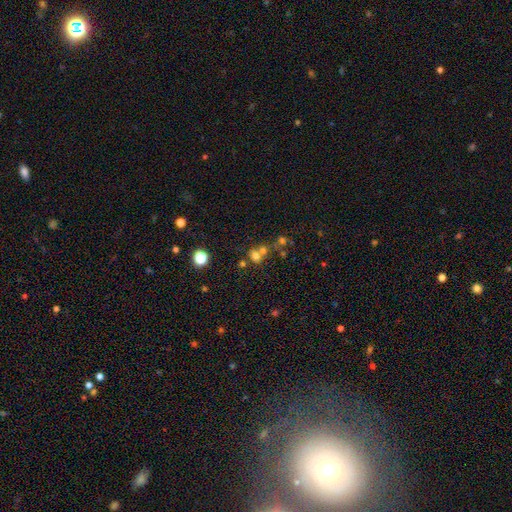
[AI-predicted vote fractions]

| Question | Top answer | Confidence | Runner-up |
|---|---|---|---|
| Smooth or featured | smooth | 66% | star or artifact (22%) |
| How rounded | round | 77% | in between (22%) |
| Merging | merger | 48% | none (40%) |